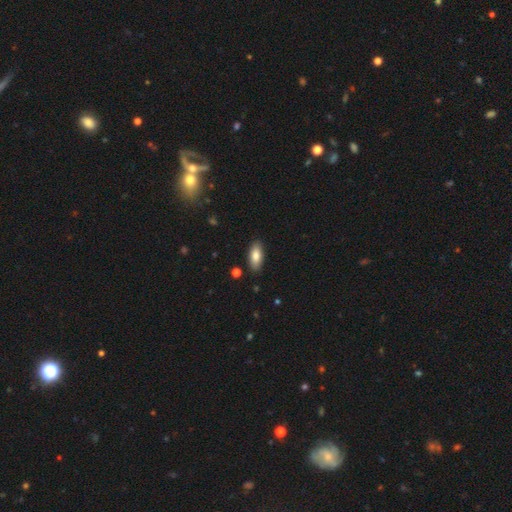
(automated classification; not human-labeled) Smooth or featured?
  - smooth: 83% *
  - featured or disk: 11%
  - star or artifact: 6%
How rounded?
  - in between: 84% *
  - cigar-shaped: 14%
  - round: 2%
Merging?
  - none: 87% *
  - minor disturbance: 9%
  - major disturbance: 2%
  - merger: 1%